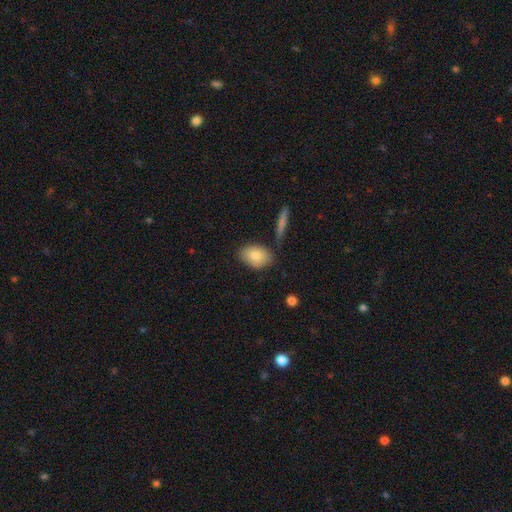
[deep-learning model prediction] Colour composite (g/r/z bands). It shows a smooth galaxy with no disk features (81%) that is in between round and cigar-shaped (84%). Merging: none (78%).